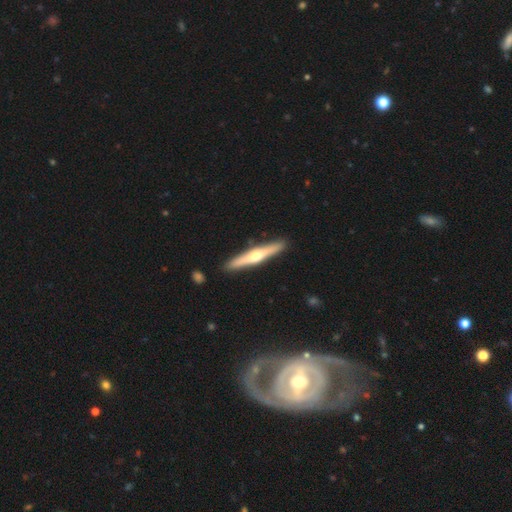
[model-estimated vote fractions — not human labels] featured or disk 62%, smooth 33%, star or artifact 5%. Down the decision tree: edge-on disk — yes (96%); edge-on bulge — rounded (89%); merging — none (90%).